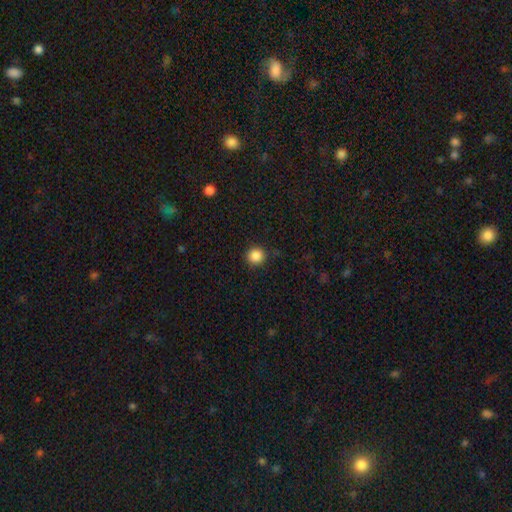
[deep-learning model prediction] A smooth galaxy with no disk features (87%) that is round (93%).

Vote fractions:
- Smooth or featured? smooth: 87% / star or artifact: 10% / featured or disk: 3%
- How rounded? round: 93% / in between: 6% / cigar-shaped: 1%
- Merging? none: 88% / minor disturbance: 8% / major disturbance: 2% / merger: 1%